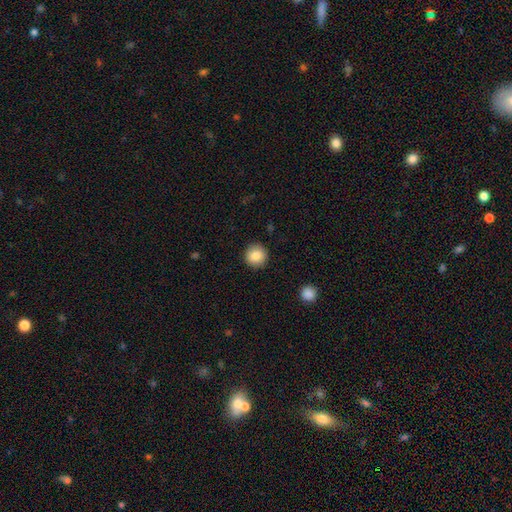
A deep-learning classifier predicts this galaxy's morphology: The model was most divided on "smooth or featured": smooth: 86%, star or artifact: 9%, featured or disk: 6%. More confident: how rounded — round (95%); merging — none (92%).